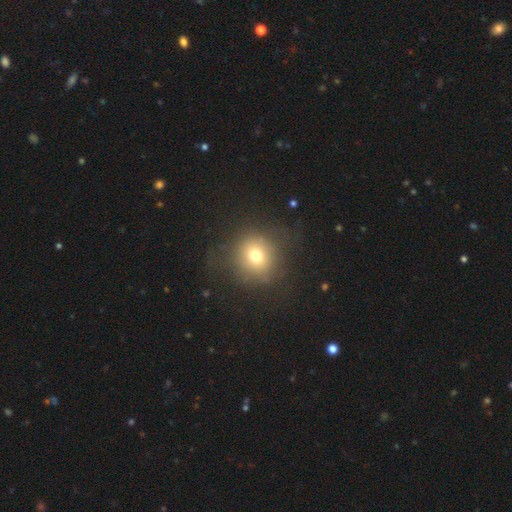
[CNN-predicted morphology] smooth-or-featured: smooth: 70% | star or artifact: 16% | featured or disk: 13%
  how-rounded: round: 89% | in between: 11% | cigar-shaped: 1%
  merging: none: 75% | minor disturbance: 13% | major disturbance: 11% | merger: 1%